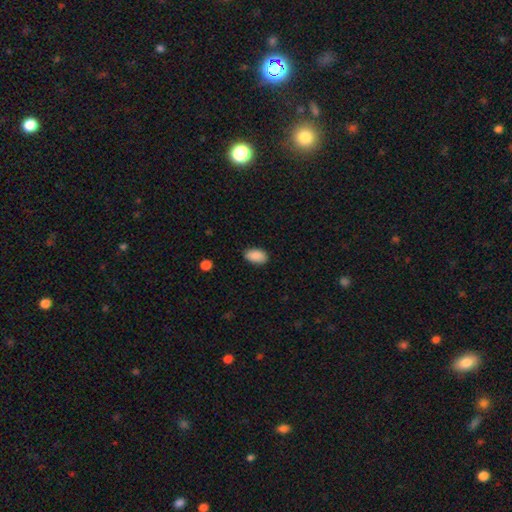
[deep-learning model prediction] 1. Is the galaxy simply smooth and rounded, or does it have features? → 89% smooth, 7% star or artifact, 4% featured or disk.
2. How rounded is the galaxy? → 93% in between, 5% round, 2% cigar-shaped.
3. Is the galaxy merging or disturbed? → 85% none, 12% minor disturbance, 2% major disturbance, 1% merger.